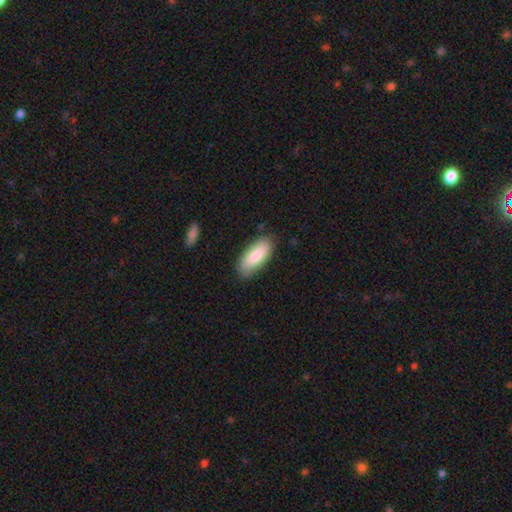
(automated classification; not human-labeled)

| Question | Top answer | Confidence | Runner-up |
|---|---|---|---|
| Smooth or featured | smooth | 85% | featured or disk (10%) |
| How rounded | in between | 81% | cigar-shaped (17%) |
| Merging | none | 84% | minor disturbance (12%) |